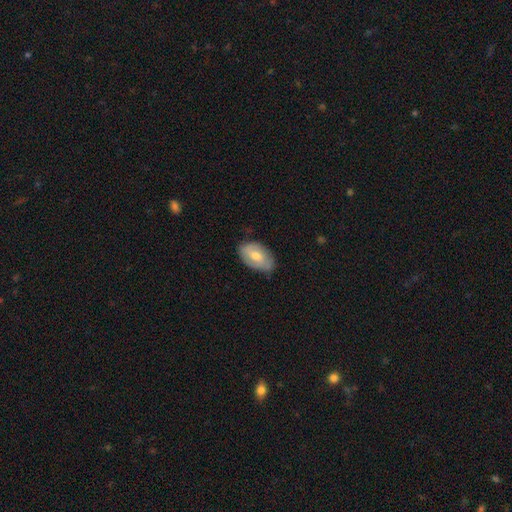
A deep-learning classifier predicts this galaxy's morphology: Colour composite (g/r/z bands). It shows a smooth galaxy with no disk features (55%) that is in between round and cigar-shaped (91%). Merging: none (70%).